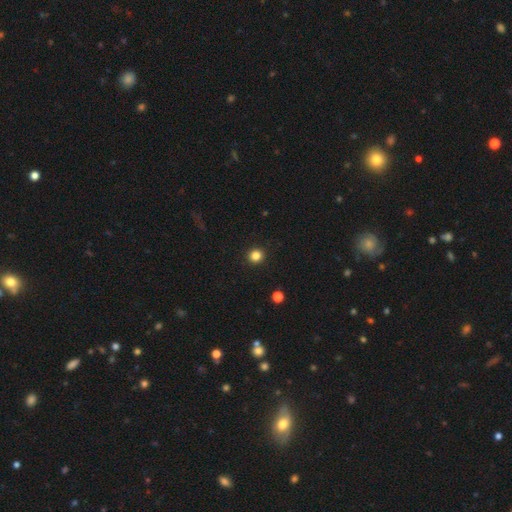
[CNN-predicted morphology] Smooth or featured? smooth (83%)
How rounded? round (94%)
Merging? none (93%)